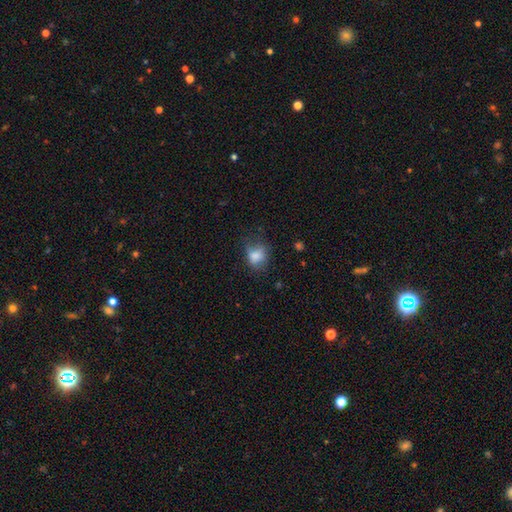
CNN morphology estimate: type=smooth (79%); roundness=in between (51%); merging=none (49%).